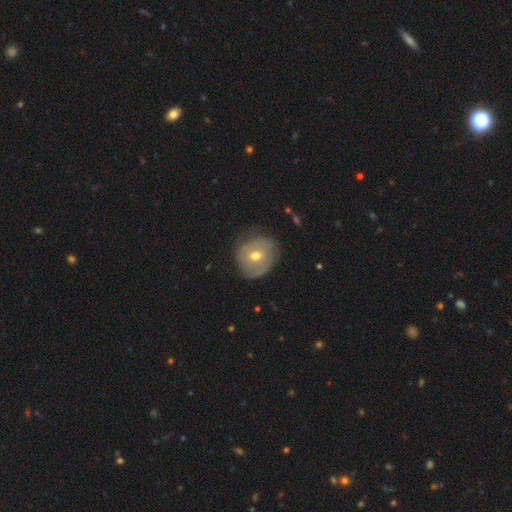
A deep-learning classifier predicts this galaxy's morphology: This is possibly a featured or disk galaxy (47%). Merging: likely none (71%).